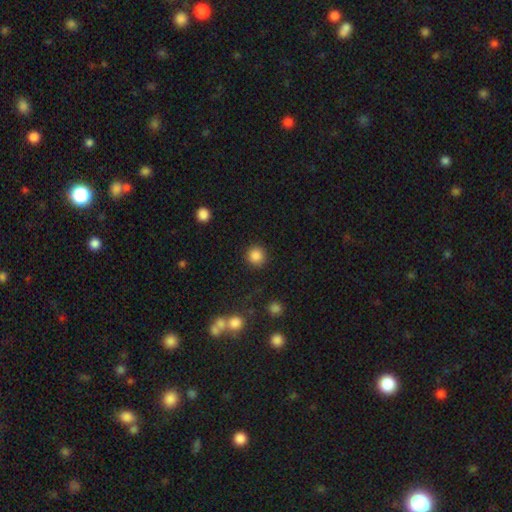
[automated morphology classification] Smooth or featured? Predicted: smooth (p=0.85). How rounded? Predicted: round (p=0.94). Merging? Predicted: none (p=0.90).